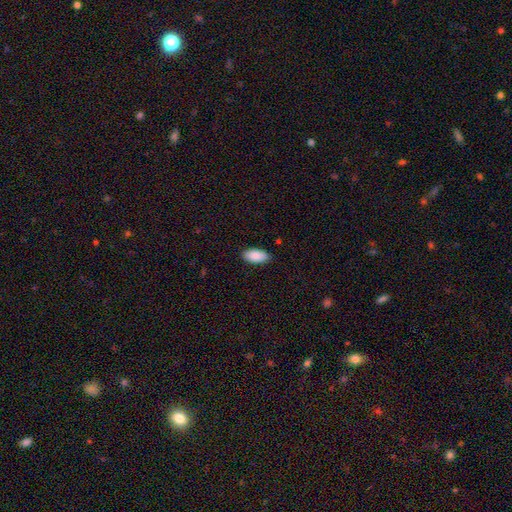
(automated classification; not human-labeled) Smooth or featured? Predicted: smooth (p=0.89). How rounded? Predicted: in between (p=0.93). Merging? Predicted: none (p=0.86).